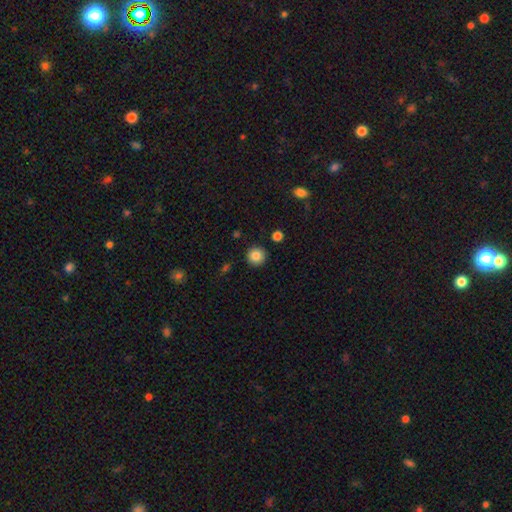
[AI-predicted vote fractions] Smooth or featured? Predicted: smooth (p=0.85). How rounded? Predicted: round (p=0.95). Merging? Predicted: none (p=0.92).